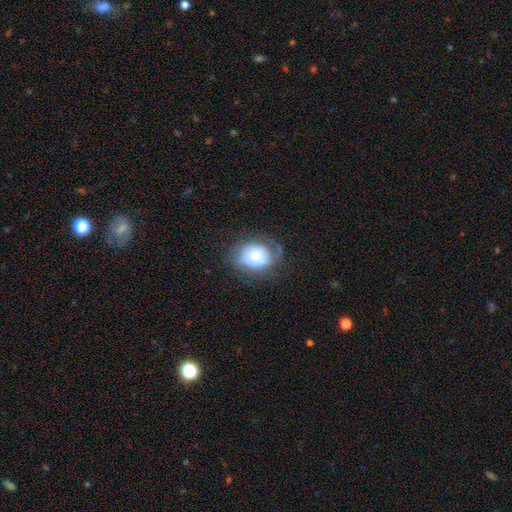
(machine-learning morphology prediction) Smooth or featured: smooth — 46% (tied with featured or disk — 46%)
Merging: none — 54% (minor disturbance — 25%)